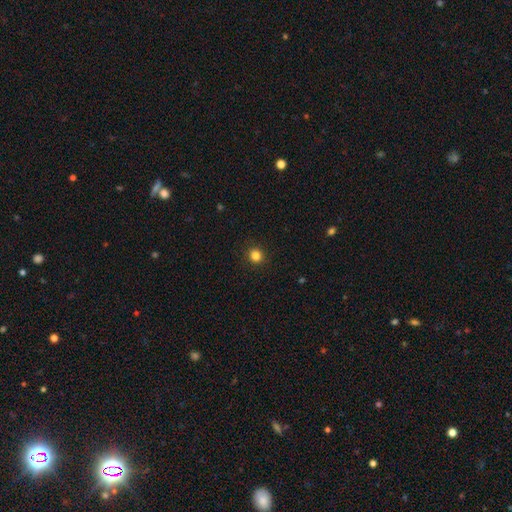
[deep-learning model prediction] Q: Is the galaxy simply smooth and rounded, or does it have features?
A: smooth — 84%.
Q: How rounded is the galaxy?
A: round — 88%.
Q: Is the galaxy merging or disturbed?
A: none — 92%.